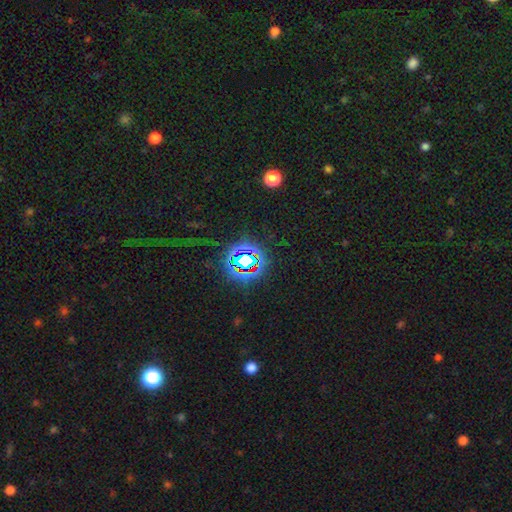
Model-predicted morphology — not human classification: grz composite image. It shows a star or artifact, not a galaxy (83%).